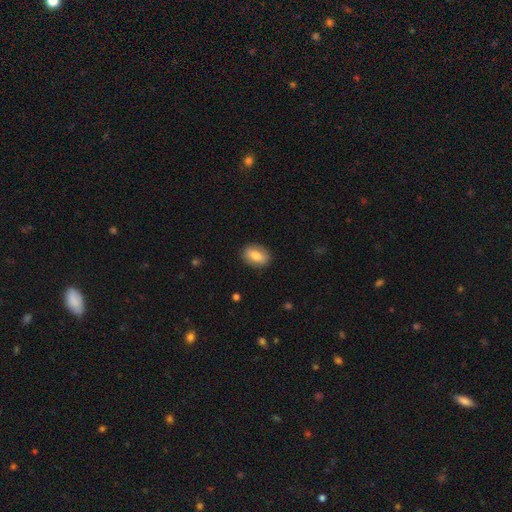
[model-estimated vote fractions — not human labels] smooth 77%, featured or disk 16%, star or artifact 7%. Down the decision tree: how rounded — in between (81%); merging — none (85%).